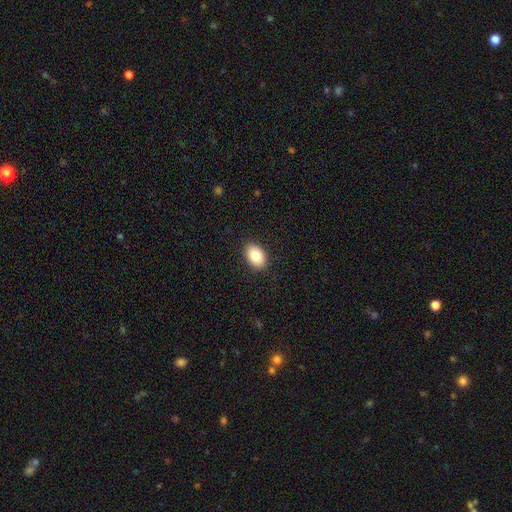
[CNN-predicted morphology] The model was most divided on "how rounded": in between: 84%, round: 14%, cigar-shaped: 1%. More confident: merging — none (89%); smooth or featured — smooth (85%).